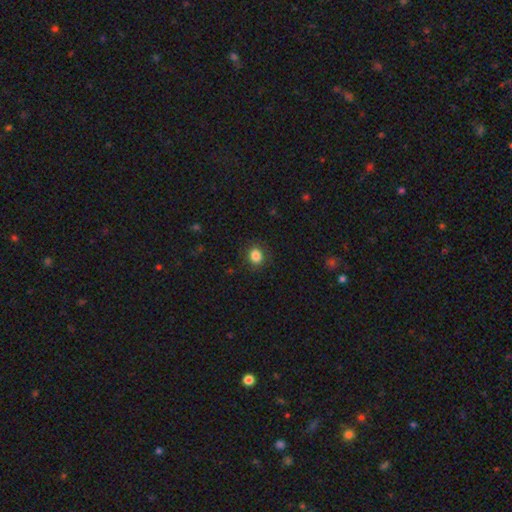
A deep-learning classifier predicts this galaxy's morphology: Smooth or featured? Predicted: smooth (p=0.85). How rounded? Predicted: round (p=0.66). Merging? Predicted: none (p=0.88).